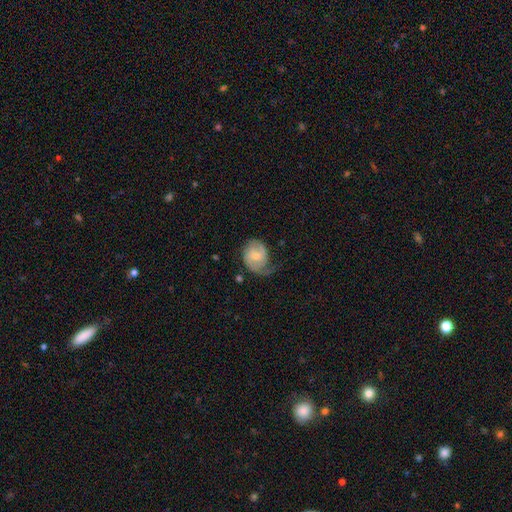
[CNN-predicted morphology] type=featured or disk (65%); edge-on=no (98%); bar=no (54%); spiral arms=yes (90%); winding=medium (41%); arm count=2 (57%); bulge=moderate (48%); merging=none (42%).